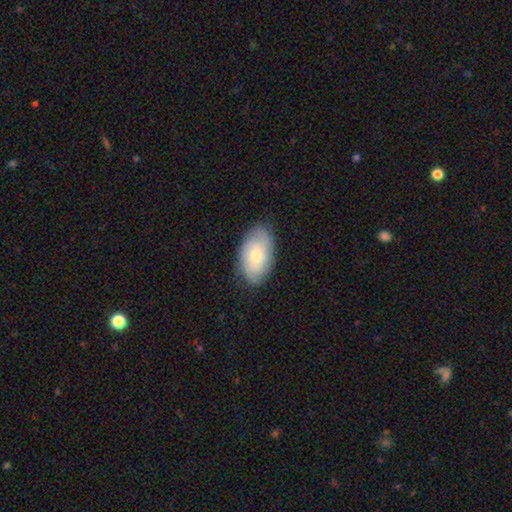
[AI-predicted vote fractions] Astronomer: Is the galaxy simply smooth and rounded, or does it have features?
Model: smooth — 68%.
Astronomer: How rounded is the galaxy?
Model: in between — 94%.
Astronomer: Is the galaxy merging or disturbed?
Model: none — 80%.